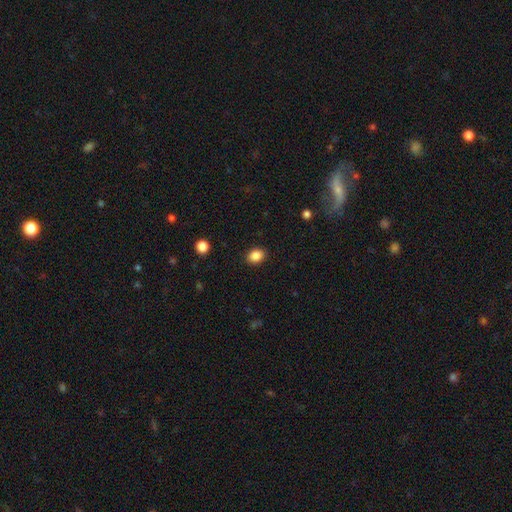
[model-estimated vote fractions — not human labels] This appears to be a smooth galaxy with no disk features (87%) that is in between round and cigar-shaped (57%). Merging: none (90%).